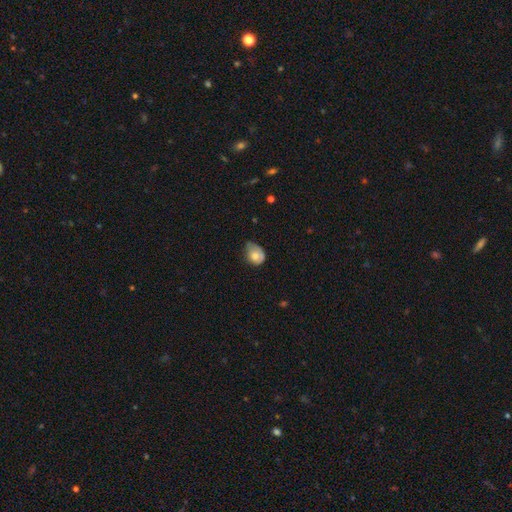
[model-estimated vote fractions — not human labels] Q: Smooth or featured?
A: smooth (71%); runner-up: featured or disk (21%)
Q: How rounded?
A: in between (66%); runner-up: round (33%)
Q: Merging?
A: minor disturbance (47%); runner-up: none (32%)